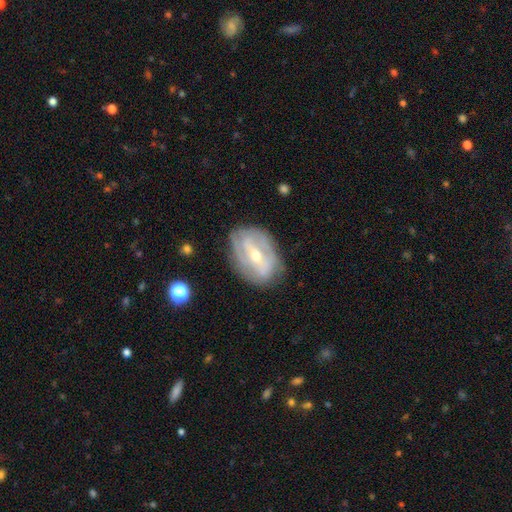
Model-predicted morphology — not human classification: smooth_or_featured: featured or disk (p=0.77) [alt: smooth p=0.17]
disk_edge_on: no (p=0.93) [alt: yes p=0.07]
bar: strong (p=0.46) [alt: weak p=0.35]
has_spiral_arms: yes (p=0.74) [alt: no p=0.26]
spiral_winding: tight (p=0.53) [alt: medium p=0.32]
spiral_arm_count: 2 (p=0.45) [alt: can't tell p=0.35]
bulge_size: moderate (p=0.51) [alt: small p=0.45]
merging: none (p=0.72) [alt: minor disturbance p=0.20]